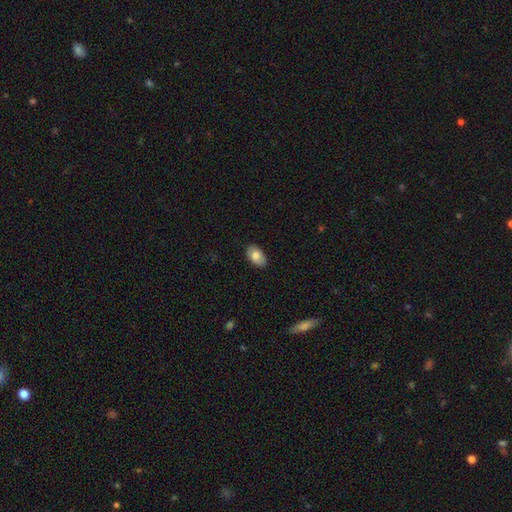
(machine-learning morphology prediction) type=smooth (81%); roundness=in between (93%); merging=none (85%).